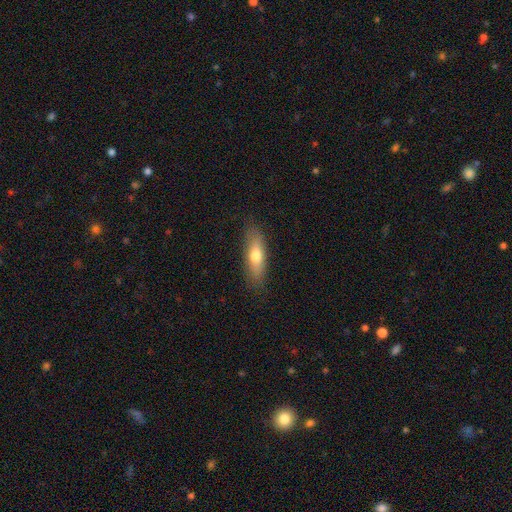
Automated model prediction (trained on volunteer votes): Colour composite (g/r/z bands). It shows a smooth galaxy with no disk features (67%) that is in between round and cigar-shaped (52%). Merging: none (83%).